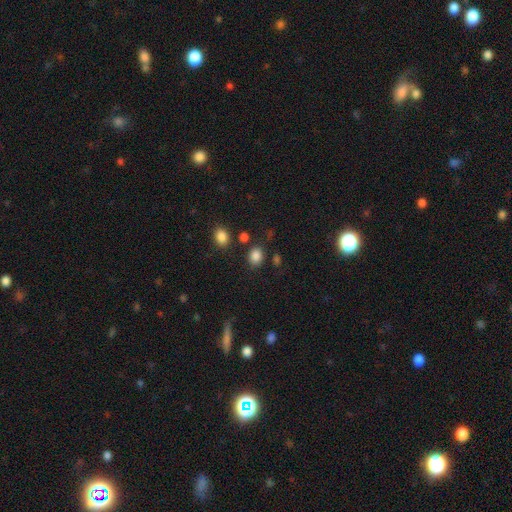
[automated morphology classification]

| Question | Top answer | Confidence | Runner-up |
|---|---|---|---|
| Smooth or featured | smooth | 85% | star or artifact (11%) |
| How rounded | in between | 53% | round (46%) |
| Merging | none | 80% | minor disturbance (11%) |